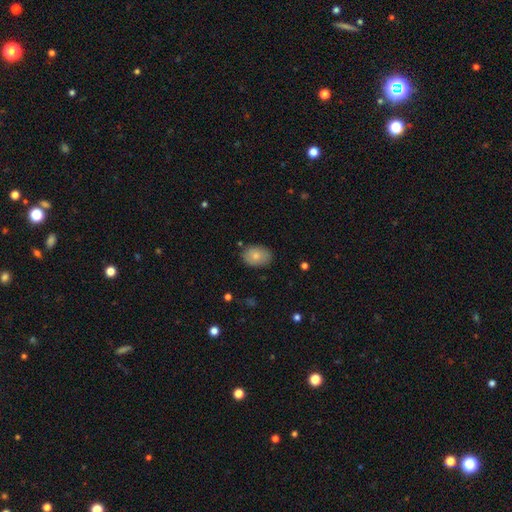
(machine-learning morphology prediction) Smooth or featured? smooth (79%)
How rounded? in between (79%)
Merging? none (83%)